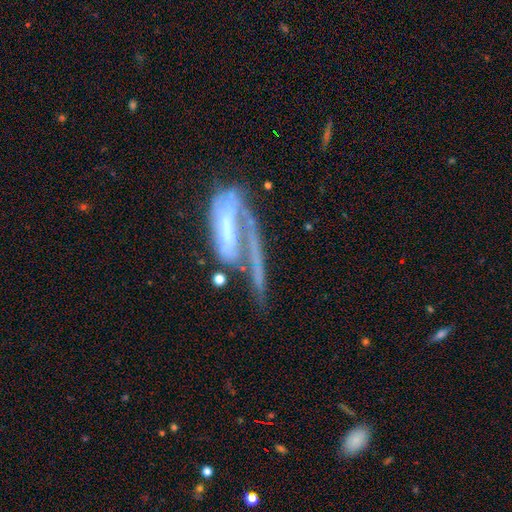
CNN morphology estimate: Q: Smooth or featured?
A: featured or disk (74%); runner-up: smooth (18%)
Q: Edge-on disk?
A: no (87%); runner-up: yes (13%)
Q: Bar?
A: strong (39%); runner-up: no (33%)
Q: Spiral arms?
A: yes (69%); runner-up: no (31%)
Q: Bulge size?
A: none (31%); runner-up: small (29%)
Q: Merging?
A: major disturbance (49%); runner-up: none (21%)